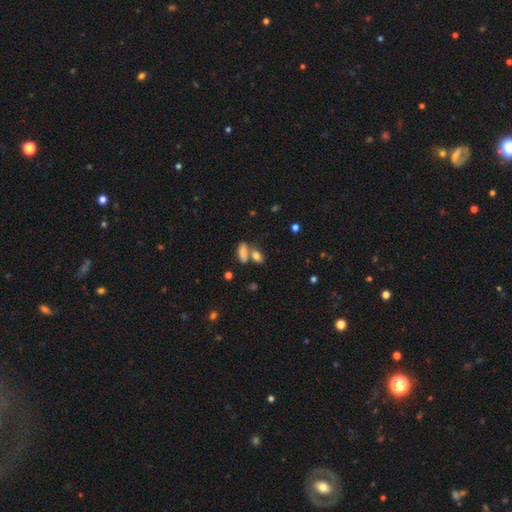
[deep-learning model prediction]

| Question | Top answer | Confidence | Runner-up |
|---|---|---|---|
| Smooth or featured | smooth | 80% | star or artifact (11%) |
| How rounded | in between | 78% | round (11%) |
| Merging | none | 45% | merger (42%) |